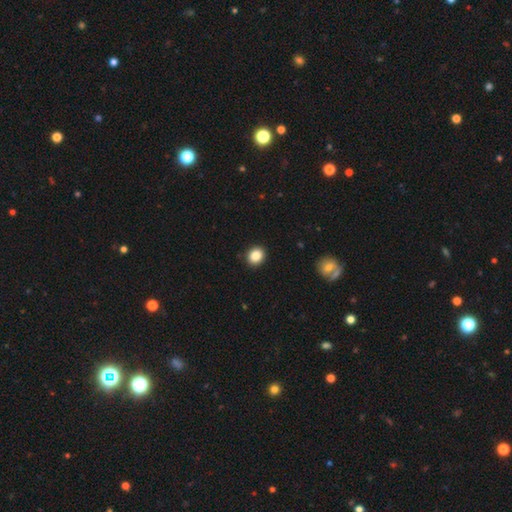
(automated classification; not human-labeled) A smooth galaxy with no disk features (87%) that is round (71%).

Vote fractions:
- Smooth or featured? smooth: 87% / star or artifact: 9% / featured or disk: 4%
- How rounded? round: 71% / in between: 28% / cigar-shaped: 1%
- Merging? none: 91% / minor disturbance: 6% / major disturbance: 2% / merger: 1%